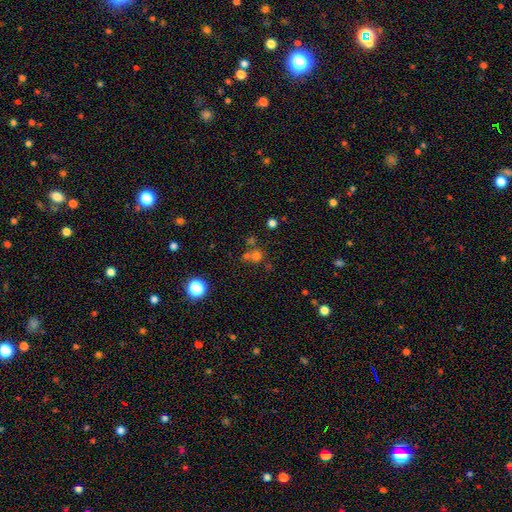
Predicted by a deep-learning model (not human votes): Morphology: type=smooth (59%); roundness=round (88%); merging=none (52%).